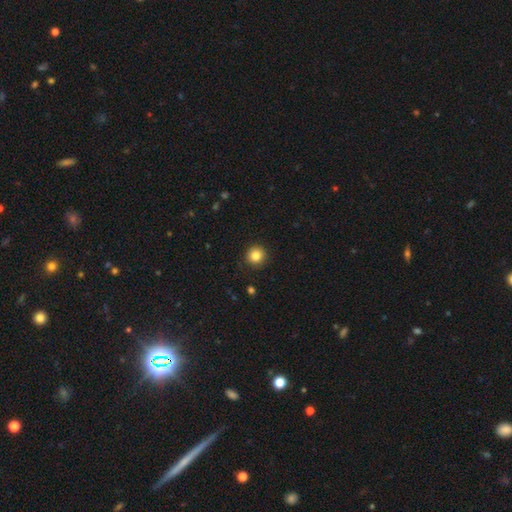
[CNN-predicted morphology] Smooth or featured? smooth (85%)
How rounded? round (94%)
Merging? none (91%)